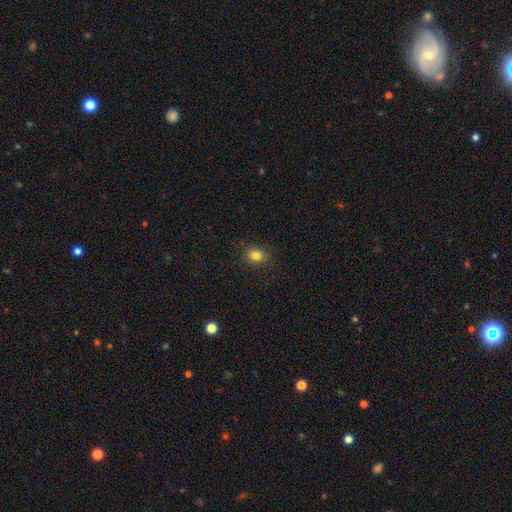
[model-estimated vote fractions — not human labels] Overall: smooth (81%). How rounded: round (54%; in between 45%). Merging: none (87%).